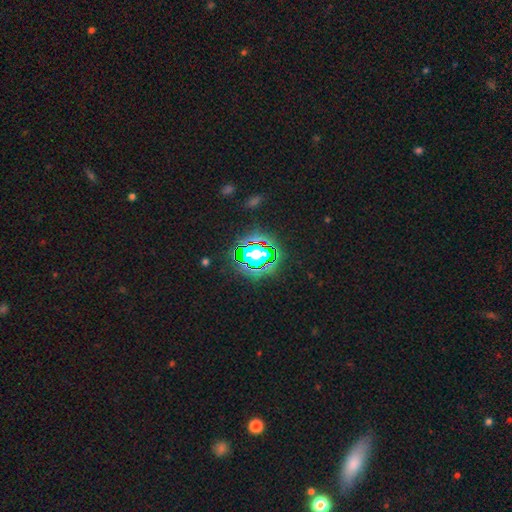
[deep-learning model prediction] The model was most divided on "smooth or featured": star or artifact: 75%, smooth: 14%, featured or disk: 10%.